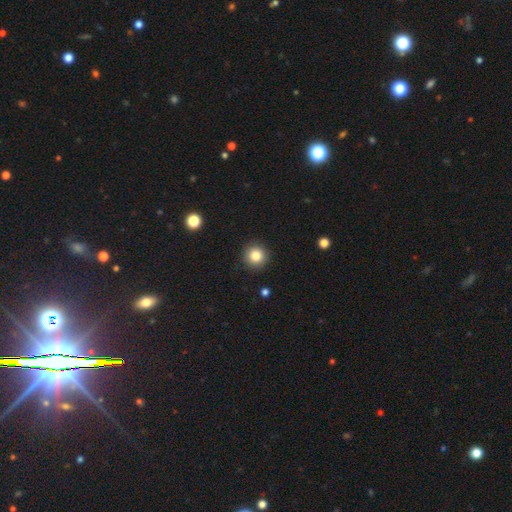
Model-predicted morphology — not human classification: This appears to be a smooth galaxy with no disk features (83%) that is round (95%). Merging: none (92%).